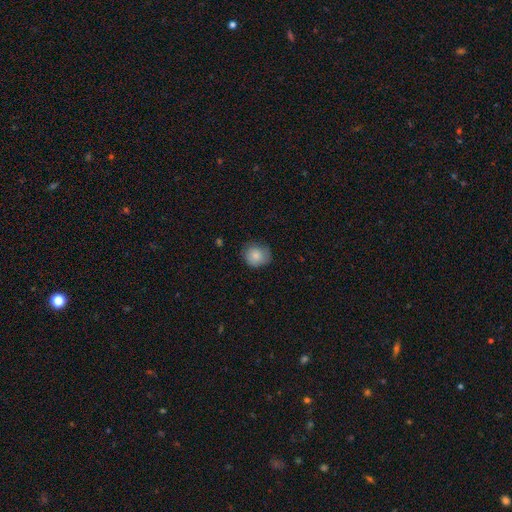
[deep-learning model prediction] A smooth galaxy with no disk features (83%) that is round (80%). Merging: none (71%).